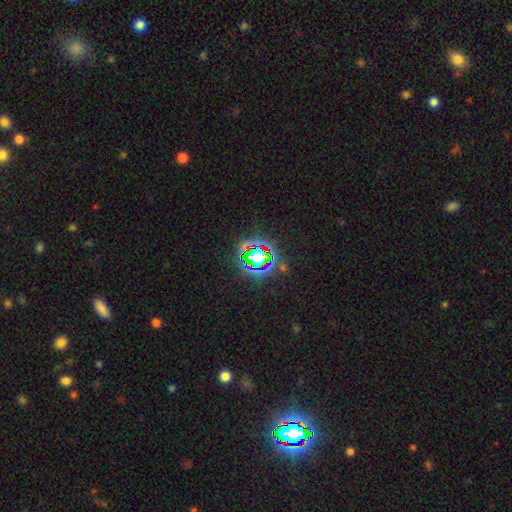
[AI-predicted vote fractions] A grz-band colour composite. It shows a star or artifact, not a galaxy (70%).